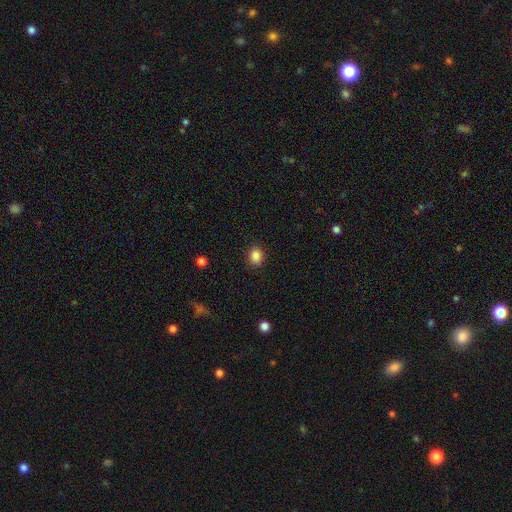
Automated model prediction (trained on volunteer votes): Smooth or featured? smooth (86%)
How rounded? round (61%)
Merging? none (88%)